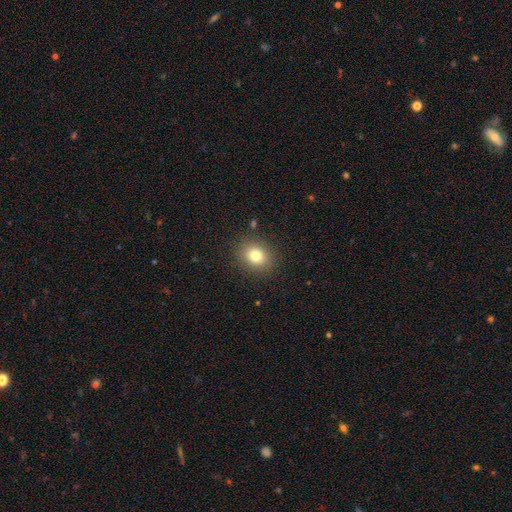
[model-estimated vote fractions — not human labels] This appears to be a smooth galaxy with no disk features (80%) that is round (60%). Merging: none (87%).